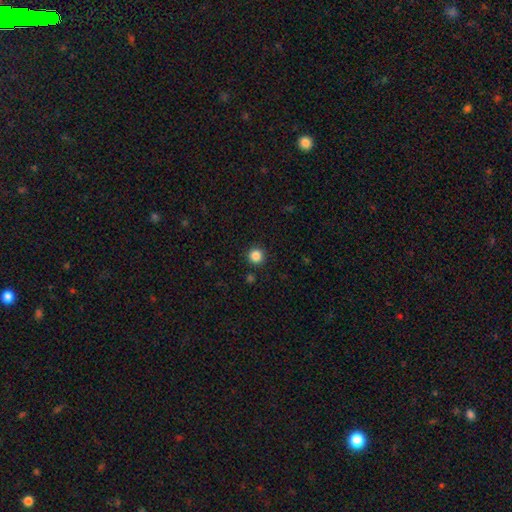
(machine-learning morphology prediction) Smooth or featured? smooth (85%)
How rounded? round (96%)
Merging? none (92%)